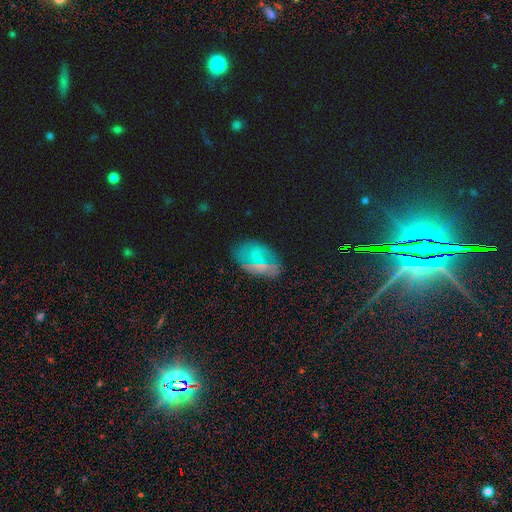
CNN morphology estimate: The model was most divided on "smooth or featured": featured or disk: 39%, star or artifact: 31%, smooth: 30%. More confident: merging — none (61%).